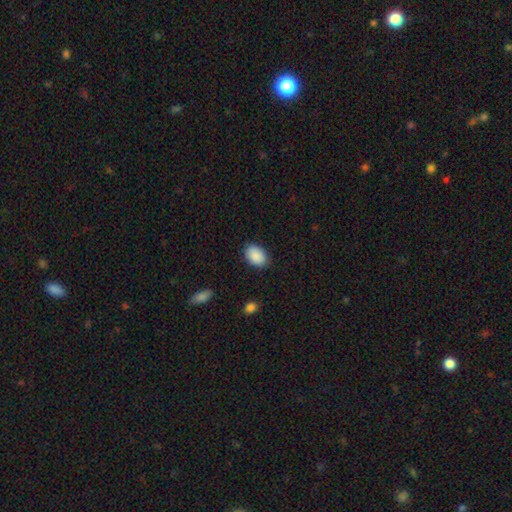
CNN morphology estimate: smooth_or_featured: smooth (p=0.90) [alt: star or artifact p=0.07]
how_rounded: in between (p=0.86) [alt: round p=0.13]
merging: none (p=0.86) [alt: minor disturbance p=0.11]